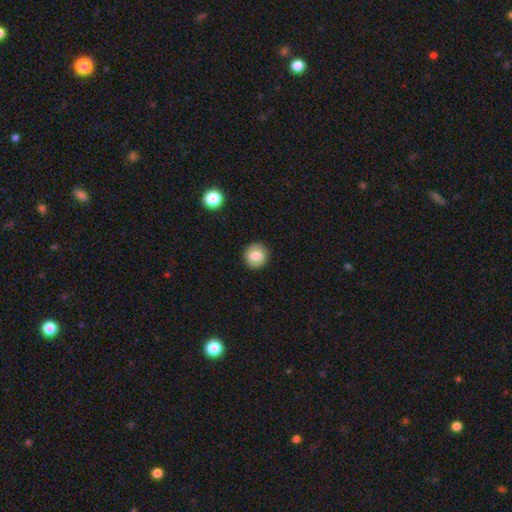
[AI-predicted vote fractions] Morphology: type=smooth (77%); roundness=round (88%); merging=none (89%).